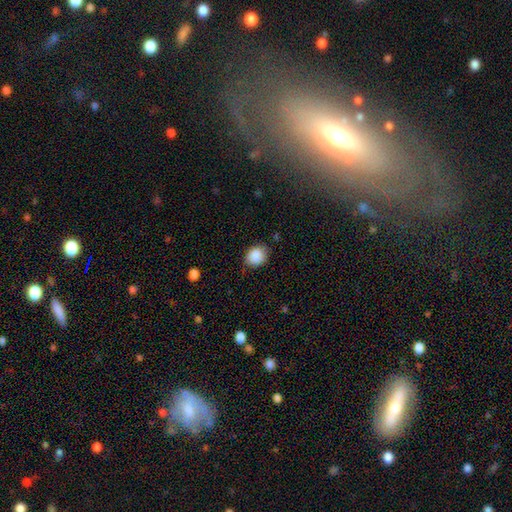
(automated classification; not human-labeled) This is clearly a smooth galaxy (87%). How rounded: possibly round (57%). Merging: likely none (74%).